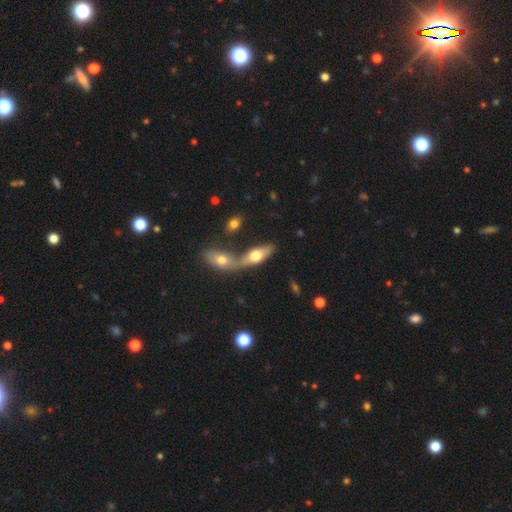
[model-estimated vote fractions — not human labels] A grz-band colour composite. It shows a smooth galaxy with no disk features (58%) that is in between round and cigar-shaped (73%). Merging: merger (58%).